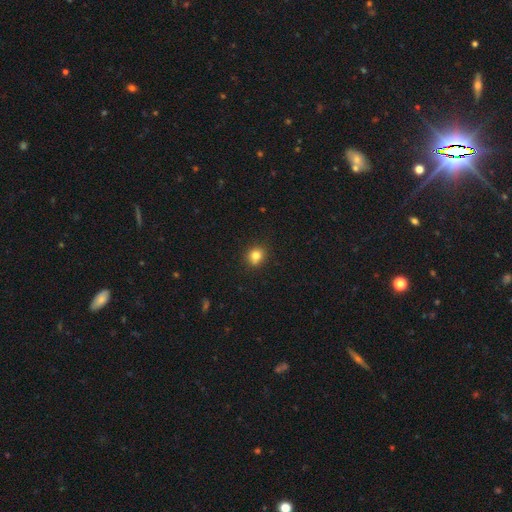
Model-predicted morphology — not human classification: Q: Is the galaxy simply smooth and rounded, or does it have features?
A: smooth — 81%.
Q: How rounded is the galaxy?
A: round — 78%.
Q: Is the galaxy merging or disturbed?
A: none — 82%.